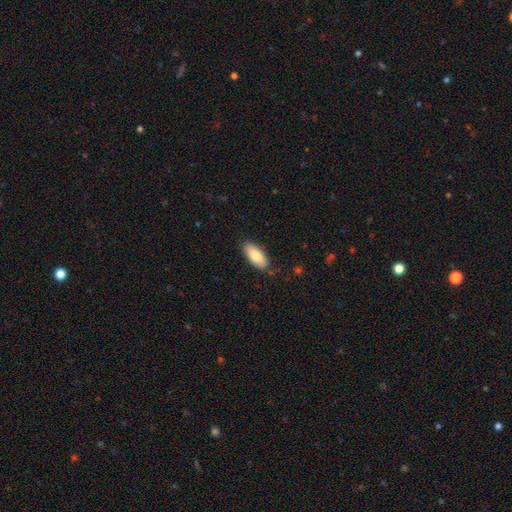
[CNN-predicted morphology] Smooth or featured? smooth (78%)
How rounded? in between (86%)
Merging? none (85%)